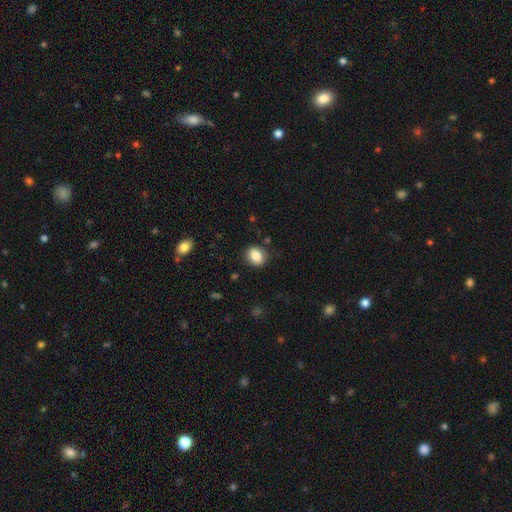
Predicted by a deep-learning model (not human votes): Smooth or featured? Predicted: smooth (p=0.85). How rounded? Predicted: in between (p=0.55). Merging? Predicted: none (p=0.84).